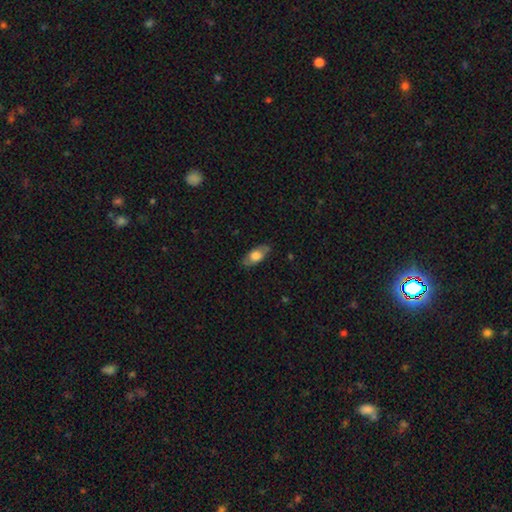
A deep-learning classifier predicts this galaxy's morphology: Smooth or featured?
  - smooth: 68% *
  - featured or disk: 25%
  - star or artifact: 6%
How rounded?
  - in between: 86% *
  - cigar-shaped: 10%
  - round: 5%
Merging?
  - none: 81% *
  - minor disturbance: 15%
  - major disturbance: 3%
  - merger: 1%